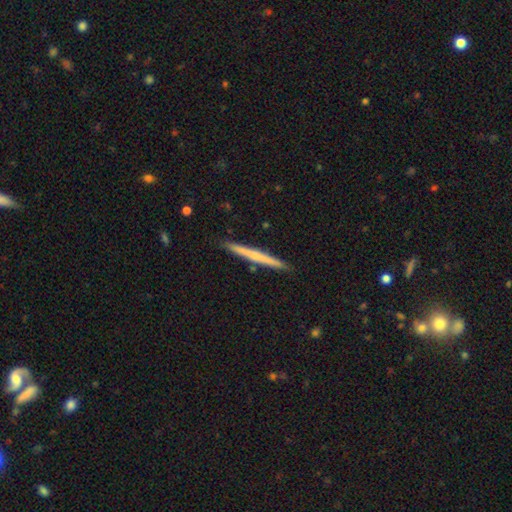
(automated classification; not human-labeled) Q: Smooth or featured?
A: smooth (50%); runner-up: featured or disk (44%)
Q: How rounded?
A: cigar-shaped (97%); runner-up: in between (2%)
Q: Merging?
A: none (91%); runner-up: minor disturbance (6%)